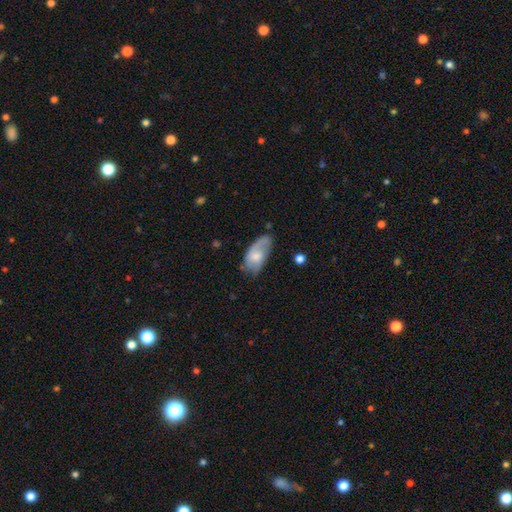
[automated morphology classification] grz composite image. It shows a smooth galaxy with no disk features (47%). Merging: none (52%).